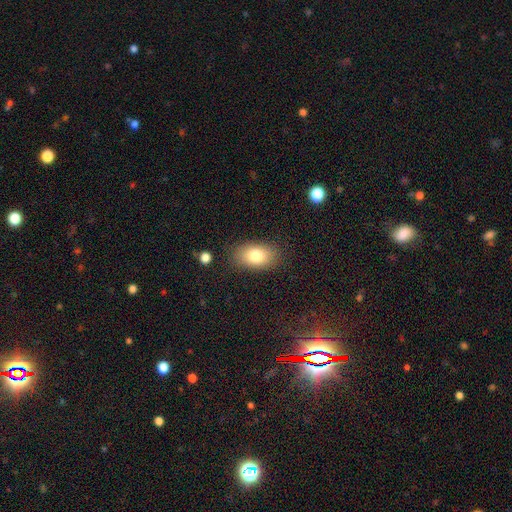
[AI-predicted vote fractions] smooth_or_featured: smooth (p=0.80) [alt: featured or disk p=0.12]
how_rounded: in between (p=0.89) [alt: round p=0.09]
merging: none (p=0.84) [alt: minor disturbance p=0.11]